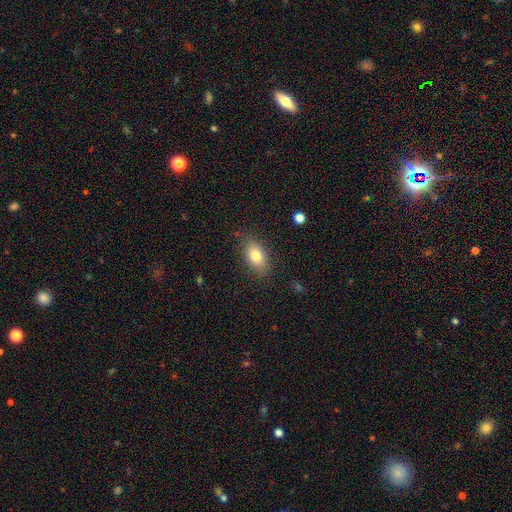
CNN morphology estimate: Smooth or featured? smooth (80%)
How rounded? in between (89%)
Merging? none (82%)